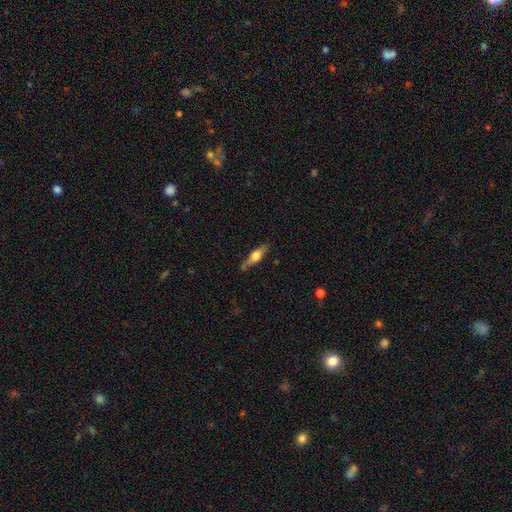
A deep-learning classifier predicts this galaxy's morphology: A featured or disk galaxy (50%).

Vote fractions:
- Smooth or featured? featured or disk: 50% / smooth: 44% / star or artifact: 6%
- Merging? none: 78% / minor disturbance: 16% / major disturbance: 3% / merger: 3%